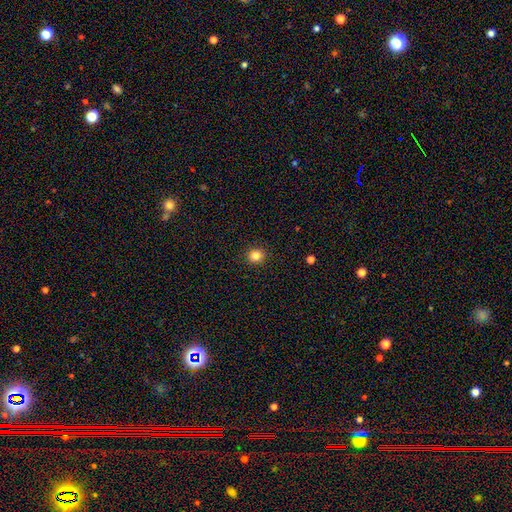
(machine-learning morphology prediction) Smooth or featured? smooth (84%)
How rounded? round (88%)
Merging? none (92%)